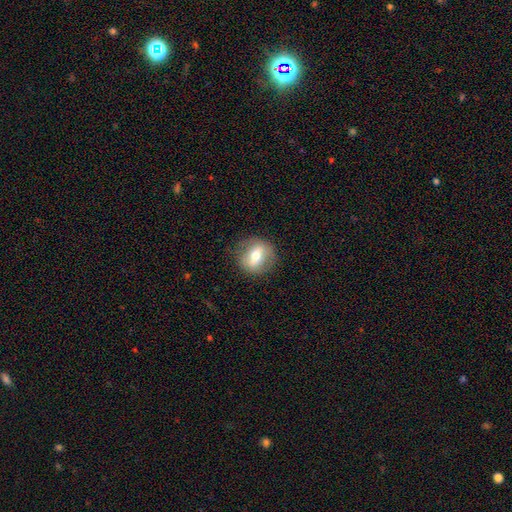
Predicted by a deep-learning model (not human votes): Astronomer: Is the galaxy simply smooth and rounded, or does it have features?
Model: smooth — 54% (runner-up: featured or disk, 38%).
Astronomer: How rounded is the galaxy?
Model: round — 74%.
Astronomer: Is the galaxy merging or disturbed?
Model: none — 82%.